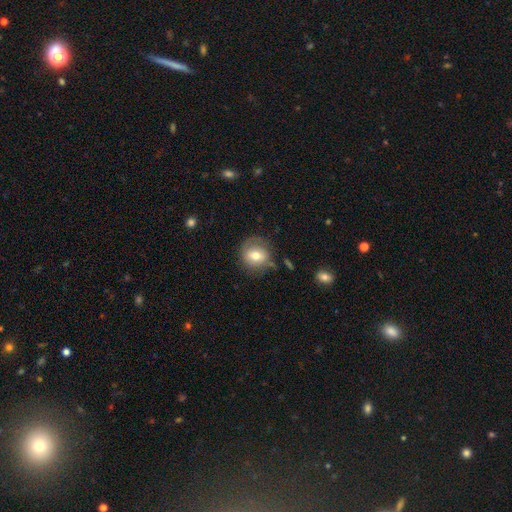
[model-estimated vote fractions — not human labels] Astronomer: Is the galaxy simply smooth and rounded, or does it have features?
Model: smooth — 68%.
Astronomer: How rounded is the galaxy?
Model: round — 77%.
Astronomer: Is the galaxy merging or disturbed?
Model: none — 69%.